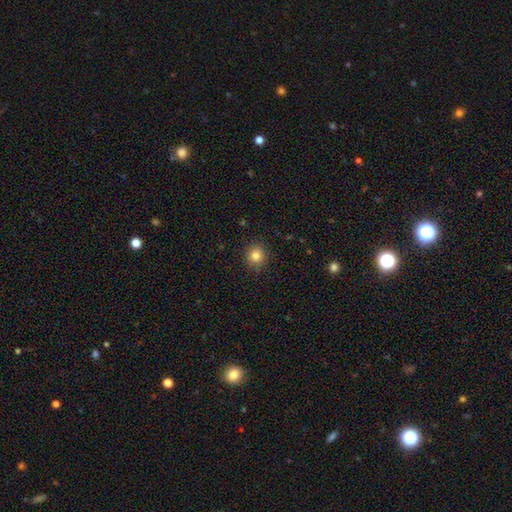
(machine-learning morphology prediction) Smooth or featured: smooth — 82% (star or artifact — 12%)
How rounded: round — 91% (in between — 8%)
Merging: none — 90% (minor disturbance — 7%)